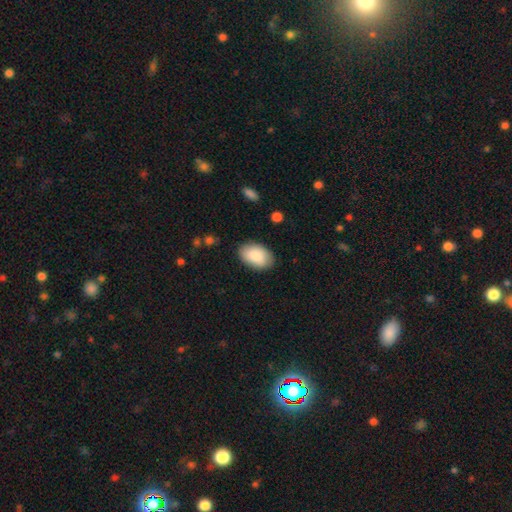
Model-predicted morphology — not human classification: This is clearly a smooth galaxy (88%). How rounded: clearly in between (92%). Merging: clearly none (84%).